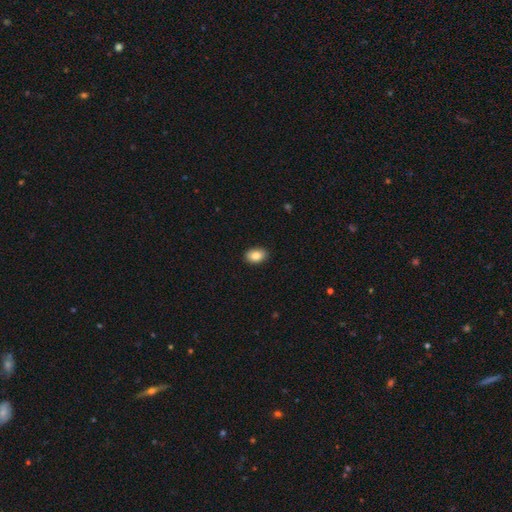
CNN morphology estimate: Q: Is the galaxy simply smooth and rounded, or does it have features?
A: smooth — 87%.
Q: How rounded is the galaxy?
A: in between — 83%.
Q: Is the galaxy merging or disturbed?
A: none — 89%.